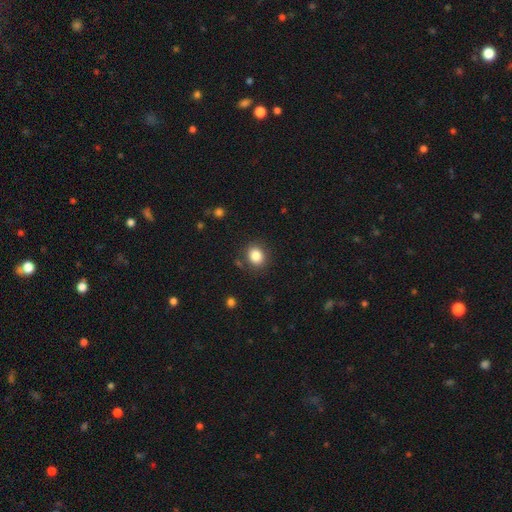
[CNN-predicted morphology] smooth 85%, star or artifact 10%, featured or disk 6%. Down the decision tree: how rounded — round (63%); merging — none (85%).